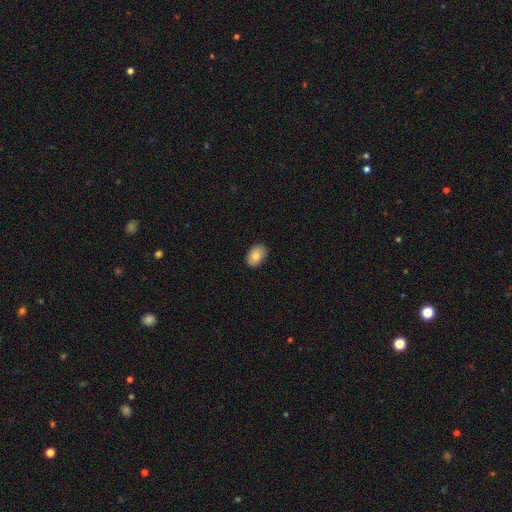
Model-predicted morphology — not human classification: Smooth or featured?
  - smooth: 81% *
  - featured or disk: 12%
  - star or artifact: 7%
How rounded?
  - in between: 83% *
  - round: 16%
  - cigar-shaped: 1%
Merging?
  - none: 88% *
  - minor disturbance: 9%
  - major disturbance: 2%
  - merger: 1%